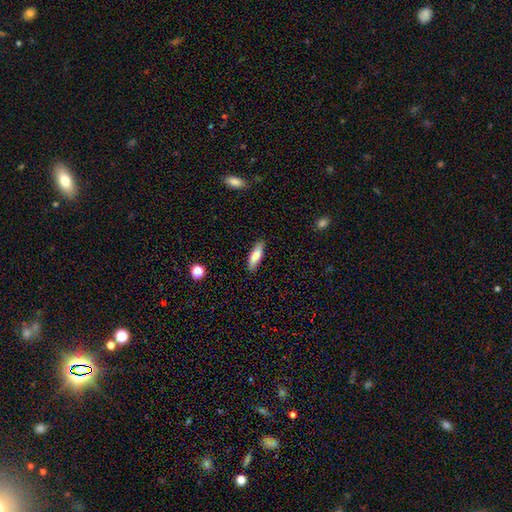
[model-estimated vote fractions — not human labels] Smooth or featured? smooth (81%)
How rounded? in between (49%, tied with cigar-shaped)
Merging? none (85%)